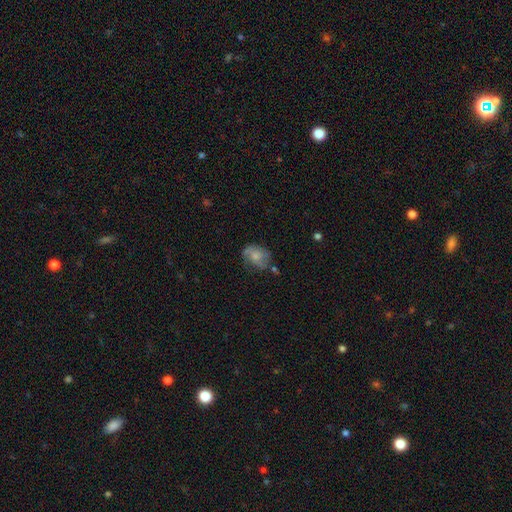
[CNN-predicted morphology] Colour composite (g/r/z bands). It shows a smooth galaxy with no disk features (51%) that is in between round and cigar-shaped (68%). Merging: none (49%).